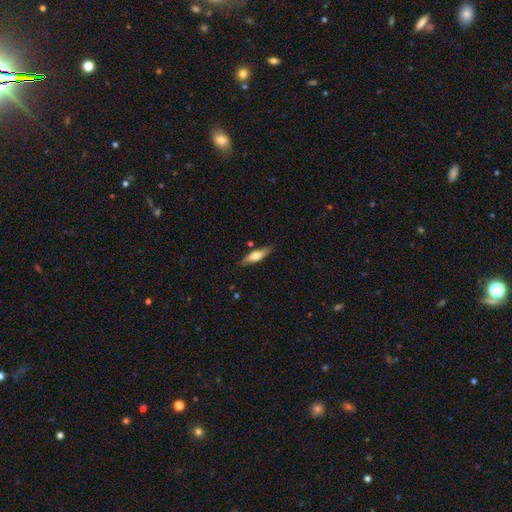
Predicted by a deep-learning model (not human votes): This appears to be a smooth galaxy with no disk features (54%) that is cigar-shaped (59%). Merging: none (80%).